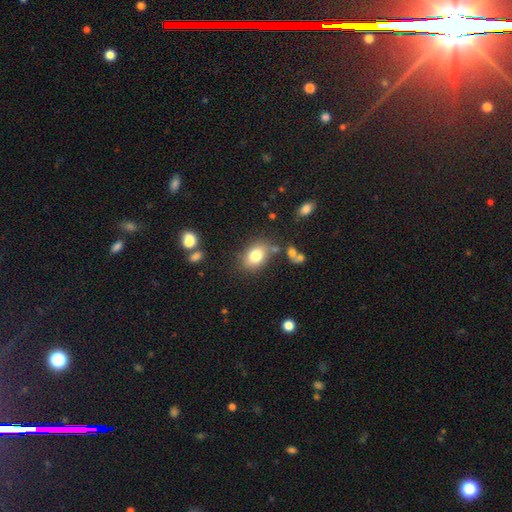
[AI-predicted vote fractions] smooth-or-featured: smooth: 79% | featured or disk: 11% | star or artifact: 10%
  how-rounded: in between: 74% | round: 25% | cigar-shaped: 1%
  merging: none: 75% | minor disturbance: 14% | merger: 7% | major disturbance: 5%